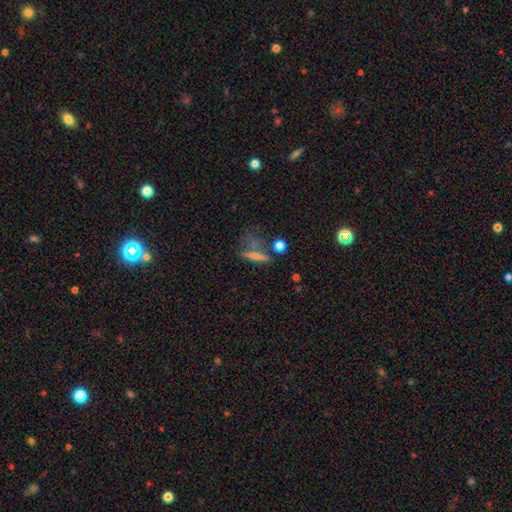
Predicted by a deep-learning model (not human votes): Smooth or featured?
  - smooth: 47% *
  - featured or disk: 30%
  - star or artifact: 23%
Merging?
  - none: 50% *
  - major disturbance: 20%
  - minor disturbance: 17%
  - merger: 13%